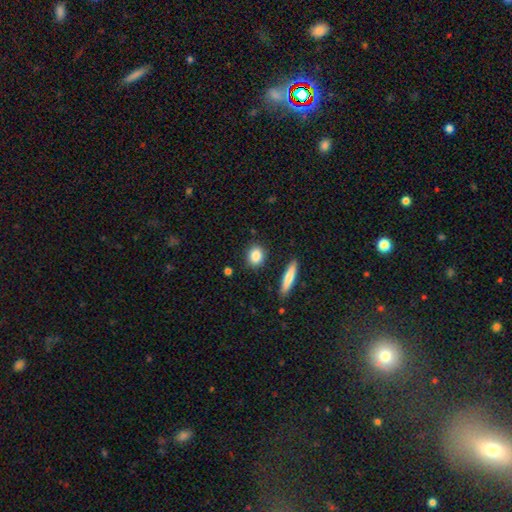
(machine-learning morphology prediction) A smooth galaxy with no disk features (85%) that is round (53%). Merging: none (86%).